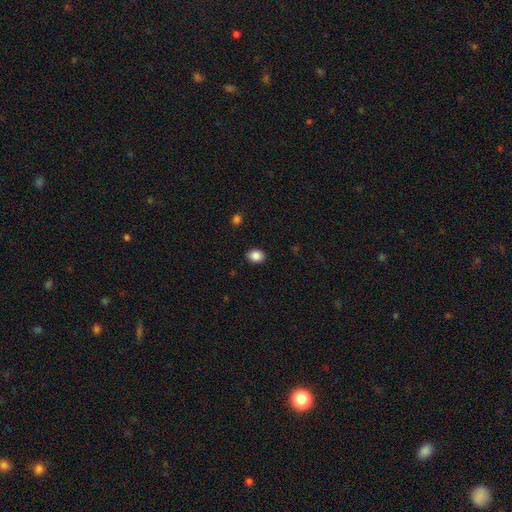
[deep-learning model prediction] Smooth or featured? Predicted: smooth (p=0.87). How rounded? Predicted: in between (p=0.58). Merging? Predicted: none (p=0.90).